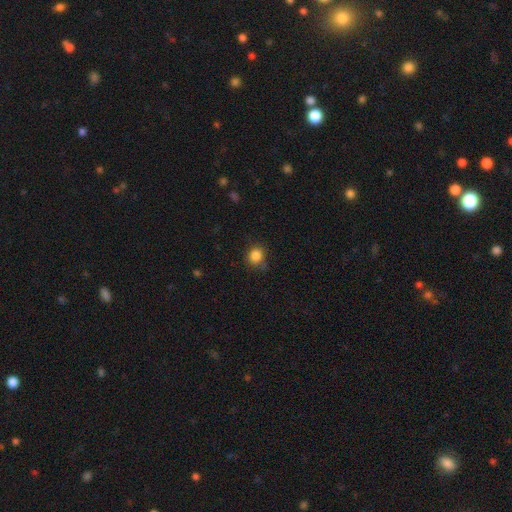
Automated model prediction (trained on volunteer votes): smooth_or_featured: smooth (p=0.85) [alt: star or artifact p=0.11]
how_rounded: round (p=0.83) [alt: in between p=0.16]
merging: none (p=0.76) [alt: minor disturbance p=0.17]